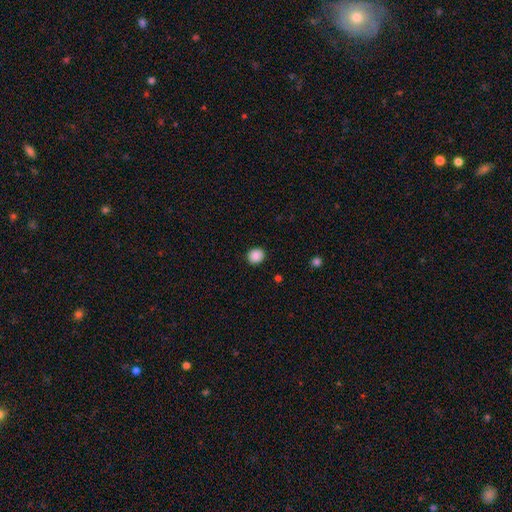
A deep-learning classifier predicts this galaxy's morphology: Smooth or featured: smooth — 88% (star or artifact — 9%)
How rounded: round — 83% (in between — 16%)
Merging: none — 91% (minor disturbance — 6%)